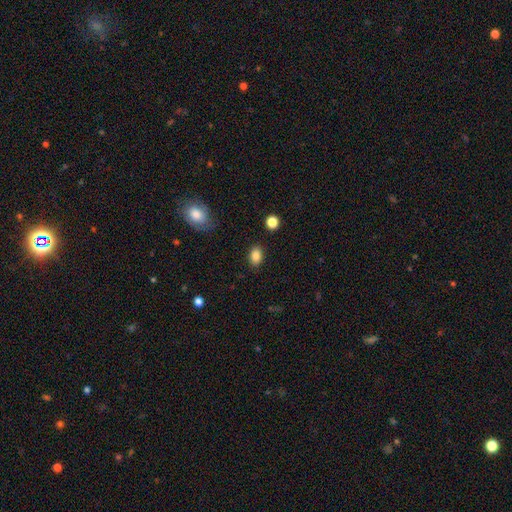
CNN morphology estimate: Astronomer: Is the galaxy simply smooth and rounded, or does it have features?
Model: smooth — 86%.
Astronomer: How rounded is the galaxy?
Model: in between — 80%.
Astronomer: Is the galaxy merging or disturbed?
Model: none — 86%.